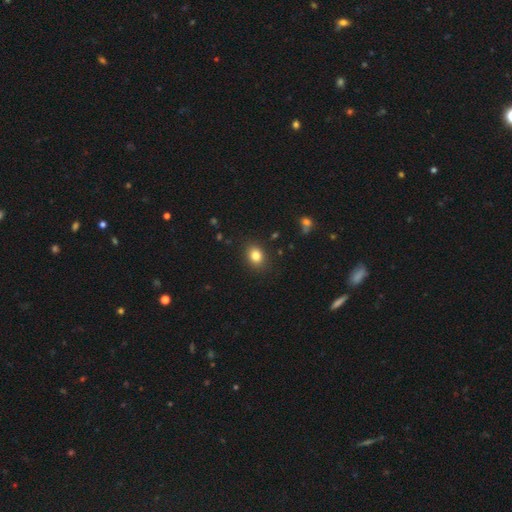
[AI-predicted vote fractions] Overall: smooth (82%). How rounded: in between (53%; round 46%). Merging: none (88%).